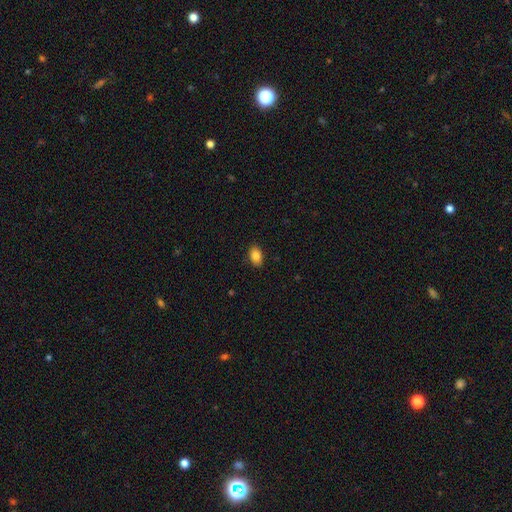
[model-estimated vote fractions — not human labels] The model was most divided on "smooth or featured": smooth: 86%, star or artifact: 8%, featured or disk: 6%. More confident: how rounded — in between (89%); merging — none (88%).